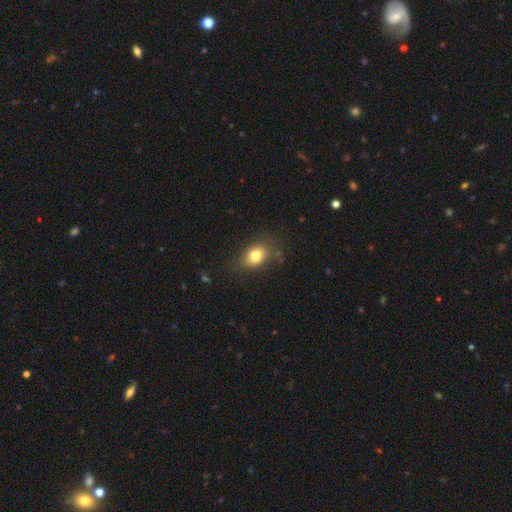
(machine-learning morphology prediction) This appears to be a smooth galaxy with no disk features (80%) that is in between round and cigar-shaped (73%). Merging: none (72%).